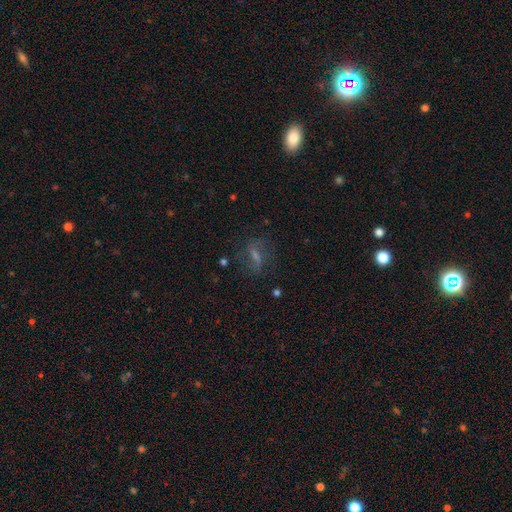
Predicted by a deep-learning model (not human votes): A featured or disk galaxy (45%).

Vote fractions:
- Smooth or featured? featured or disk: 45% / smooth: 31% / star or artifact: 25%
- Merging? none: 73% / minor disturbance: 15% / major disturbance: 10% / merger: 2%